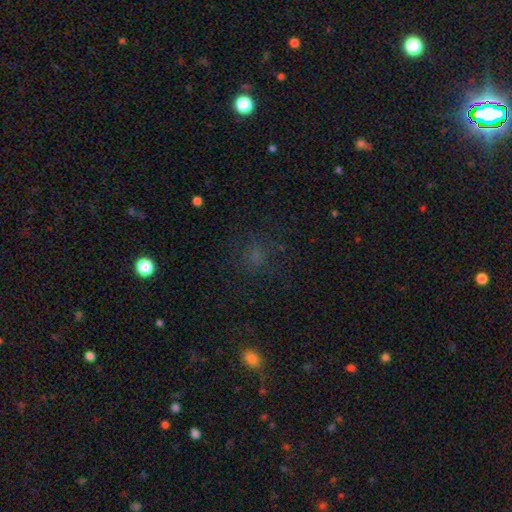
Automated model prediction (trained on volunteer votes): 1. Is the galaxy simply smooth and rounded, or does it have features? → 59% smooth, 30% star or artifact, 11% featured or disk.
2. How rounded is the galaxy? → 80% round, 19% in between, 1% cigar-shaped.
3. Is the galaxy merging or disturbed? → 76% none, 13% minor disturbance, 9% major disturbance, 2% merger.